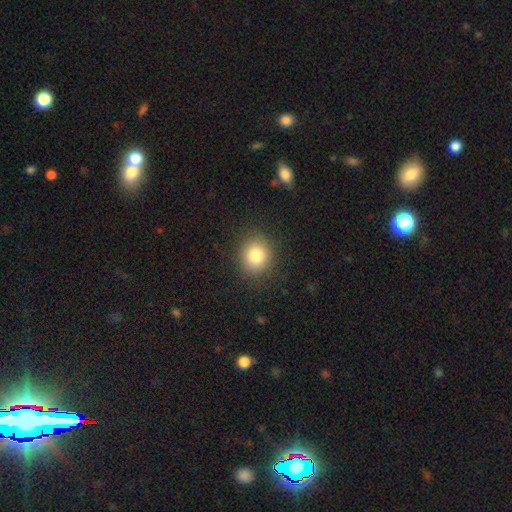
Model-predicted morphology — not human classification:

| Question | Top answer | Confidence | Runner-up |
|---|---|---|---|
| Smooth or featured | smooth | 81% | star or artifact (11%) |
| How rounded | round | 82% | in between (18%) |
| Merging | none | 89% | minor disturbance (7%) |